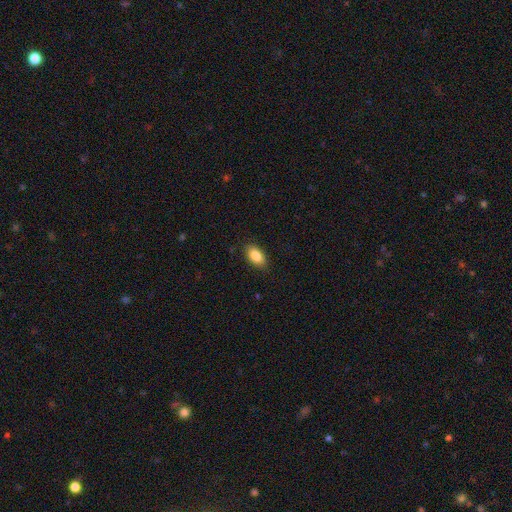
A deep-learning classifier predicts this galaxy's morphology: Smooth or featured? Predicted: smooth (p=0.87). How rounded? Predicted: in between (p=0.92). Merging? Predicted: none (p=0.87).